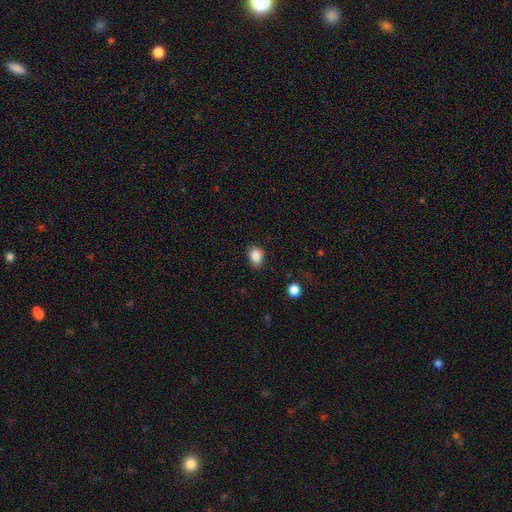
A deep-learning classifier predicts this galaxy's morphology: A smooth galaxy with no disk features (87%) that is in between round and cigar-shaped (64%).

Vote fractions:
- Smooth or featured? smooth: 87% / star or artifact: 9% / featured or disk: 4%
- How rounded? in between: 64% / round: 35% / cigar-shaped: 1%
- Merging? none: 81% / minor disturbance: 15% / major disturbance: 3% / merger: 1%